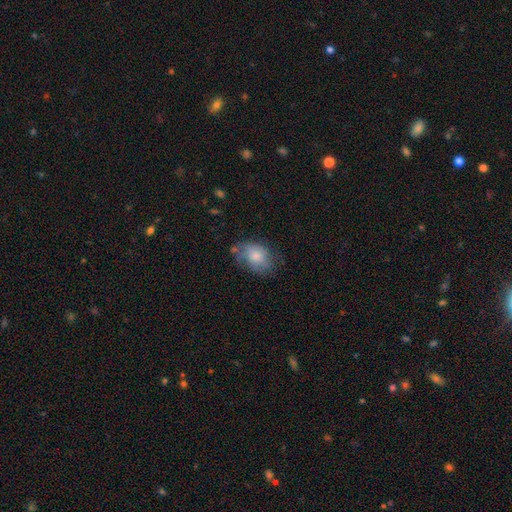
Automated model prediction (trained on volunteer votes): smooth_or_featured: smooth (p=0.72) [alt: featured or disk p=0.21]
how_rounded: in between (p=0.77) [alt: round p=0.21]
merging: none (p=0.51) [alt: minor disturbance p=0.31]